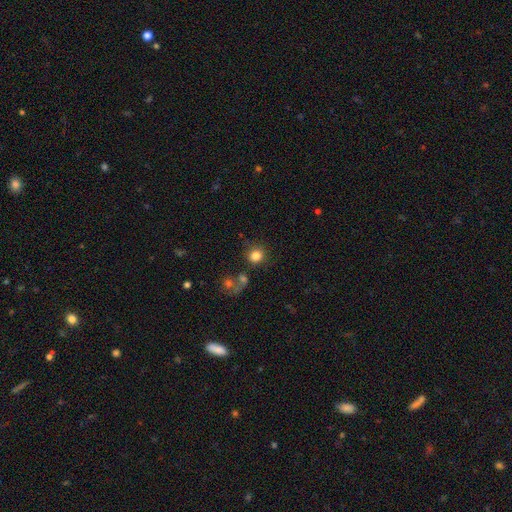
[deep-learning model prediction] smooth-or-featured: smooth: 82% | star or artifact: 12% | featured or disk: 6%
  how-rounded: round: 90% | in between: 9% | cigar-shaped: 1%
  merging: none: 75% | merger: 10% | minor disturbance: 10% | major disturbance: 5%